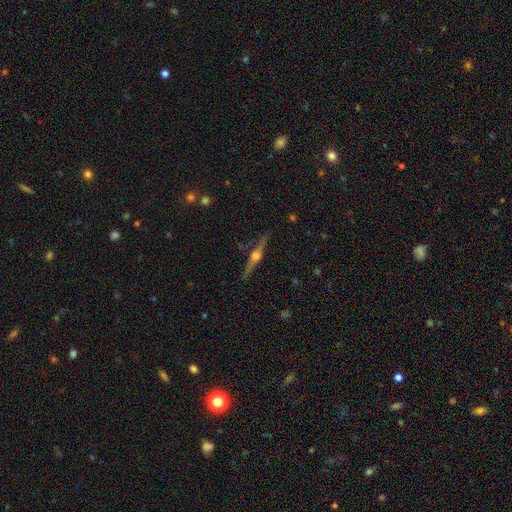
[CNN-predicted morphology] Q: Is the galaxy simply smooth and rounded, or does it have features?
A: featured or disk — 80%.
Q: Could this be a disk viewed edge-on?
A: yes — 98%.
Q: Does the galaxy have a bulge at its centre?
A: rounded — 92%.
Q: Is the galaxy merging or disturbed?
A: none — 86%.